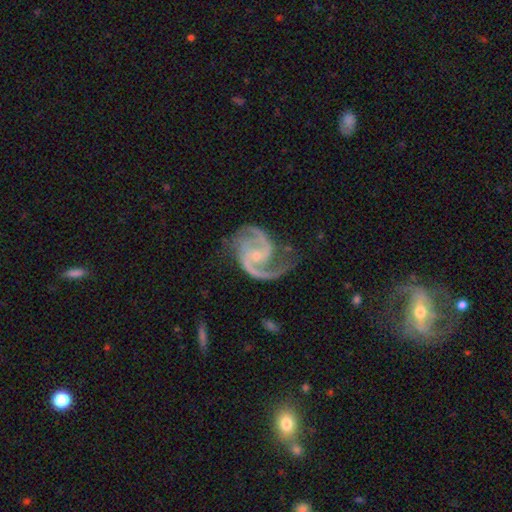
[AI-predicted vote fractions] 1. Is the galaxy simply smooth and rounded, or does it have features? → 93% featured or disk, 4% star or artifact, 3% smooth.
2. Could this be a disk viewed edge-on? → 98% no, 2% yes.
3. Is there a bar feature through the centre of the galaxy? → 57% no, 33% weak, 10% strong.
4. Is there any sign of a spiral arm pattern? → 98% yes, 2% no.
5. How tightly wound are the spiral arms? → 62% medium, 21% tight, 17% loose.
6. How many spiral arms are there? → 83% 2, 8% 3, 3% can't tell, 2% 1, 2% 4, 2% more than 4.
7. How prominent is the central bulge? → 72% small, 23% moderate, 3% none, 1% large, 1% dominant.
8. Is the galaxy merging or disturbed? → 65% none, 21% minor disturbance, 12% major disturbance, 2% merger.